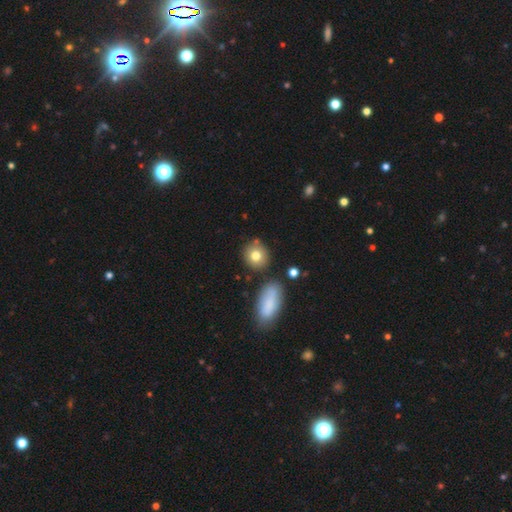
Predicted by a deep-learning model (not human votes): smooth 79%, featured or disk 12%, star or artifact 9%. Down the decision tree: how rounded — round (81%); merging — none (79%).